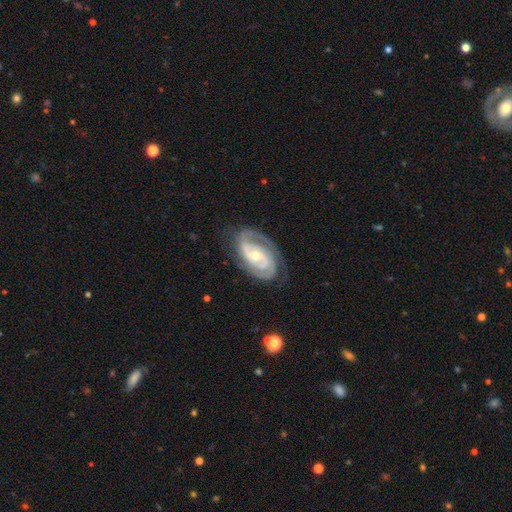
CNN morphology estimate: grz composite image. It shows a featured or disk galaxy (90%) with no bar (49%), 2 (68%) tight (63%) spiral arms (97%) and a moderate central bulge (50%). Merging: none (75%).